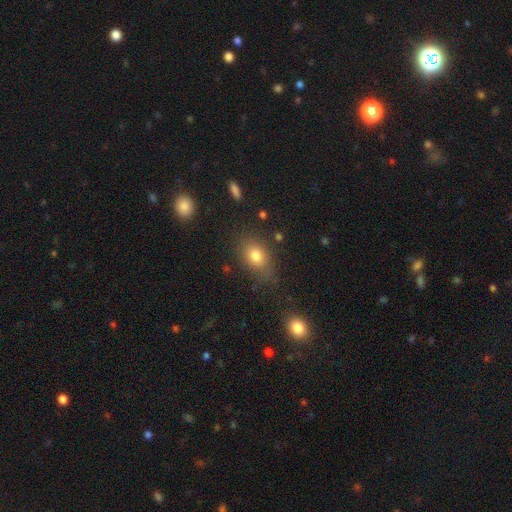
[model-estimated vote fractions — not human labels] Overall: smooth (77%). How rounded: in between (73%). Merging: none (73%).